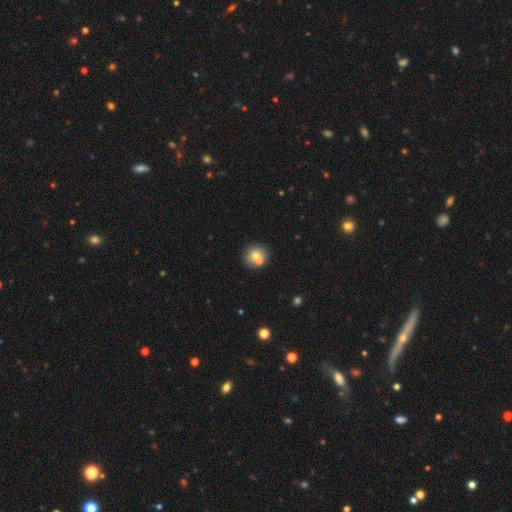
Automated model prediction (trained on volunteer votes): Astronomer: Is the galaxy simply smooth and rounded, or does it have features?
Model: smooth — 66%.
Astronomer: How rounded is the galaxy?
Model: round — 86%.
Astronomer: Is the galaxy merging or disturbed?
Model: none — 57%.